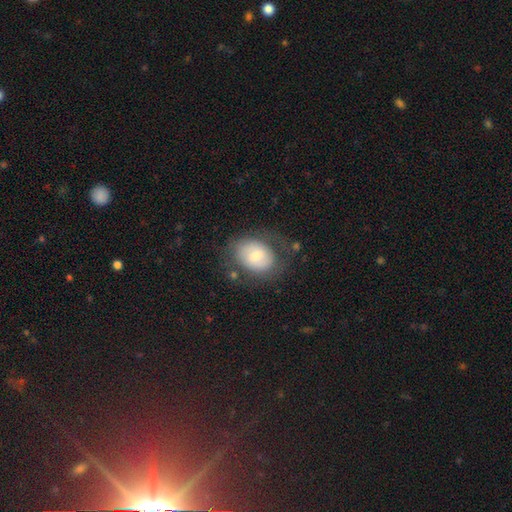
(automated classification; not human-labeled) Overall: smooth (61%; featured or disk 31%). How rounded: in between (62%; round 37%). Merging: none (62%).